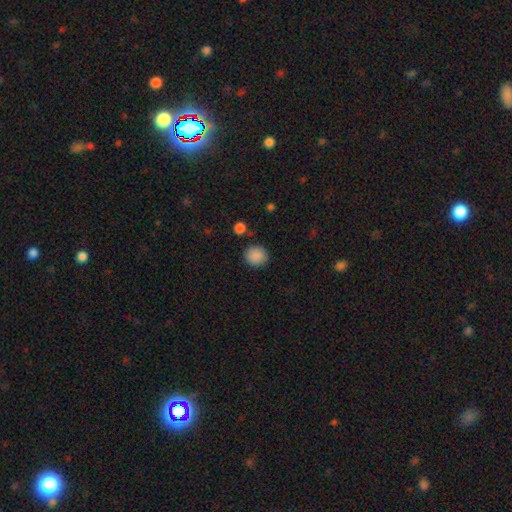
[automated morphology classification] A smooth galaxy with no disk features (88%) that is round (89%).

Vote fractions:
- Smooth or featured? smooth: 88% / star or artifact: 9% / featured or disk: 3%
- How rounded? round: 89% / in between: 10% / cigar-shaped: 1%
- Merging? none: 87% / minor disturbance: 8% / major disturbance: 3% / merger: 2%